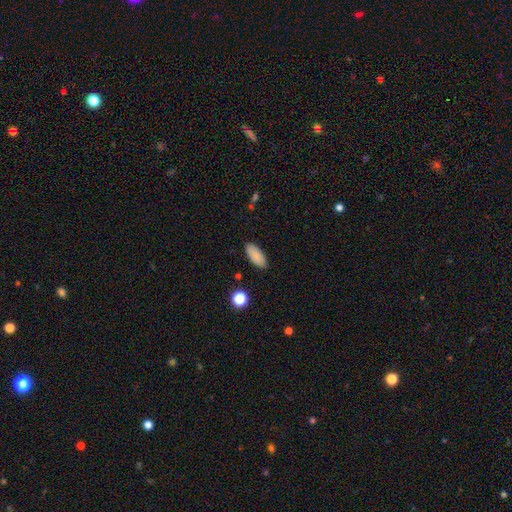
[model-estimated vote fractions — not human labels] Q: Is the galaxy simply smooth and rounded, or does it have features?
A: smooth — 88%.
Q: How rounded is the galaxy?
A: in between — 83%.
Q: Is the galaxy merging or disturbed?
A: none — 87%.